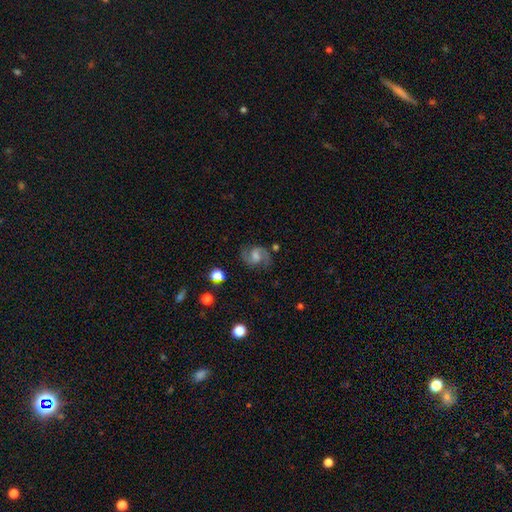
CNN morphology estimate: Smooth or featured?
  - featured or disk: 77% *
  - smooth: 14%
  - star or artifact: 8%
Edge-on disk?
  - no: 98% *
  - yes: 2%
Bar?
  - weak: 52% *
  - no: 33%
  - strong: 16%
Spiral arms?
  - yes: 96% *
  - no: 4%
Spiral winding?
  - medium: 57% *
  - loose: 26%
  - tight: 17%
Spiral arm count?
  - 2: 92% *
  - can't tell: 4%
  - 1: 2%
  - 3: 1%
  - 4: 1%
  - more than 4: 1%
Bulge size?
  - moderate: 40% *
  - small: 30%
  - none: 17%
  - large: 11%
  - dominant: 2%
Merging?
  - none: 78% *
  - minor disturbance: 14%
  - major disturbance: 6%
  - merger: 2%